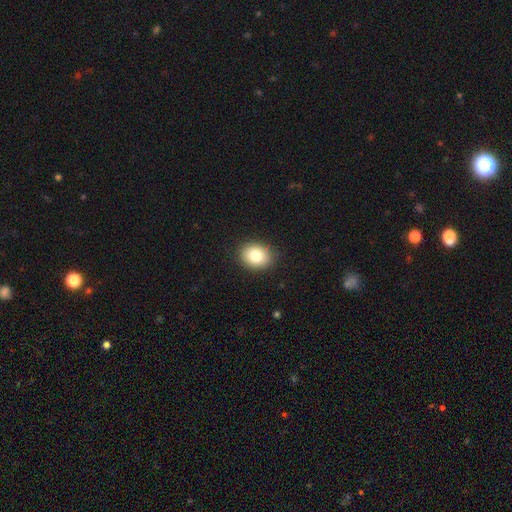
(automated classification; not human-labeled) Q: Smooth or featured?
A: smooth (83%); runner-up: featured or disk (9%)
Q: How rounded?
A: in between (53%); runner-up: round (46%)
Q: Merging?
A: none (88%); runner-up: minor disturbance (9%)